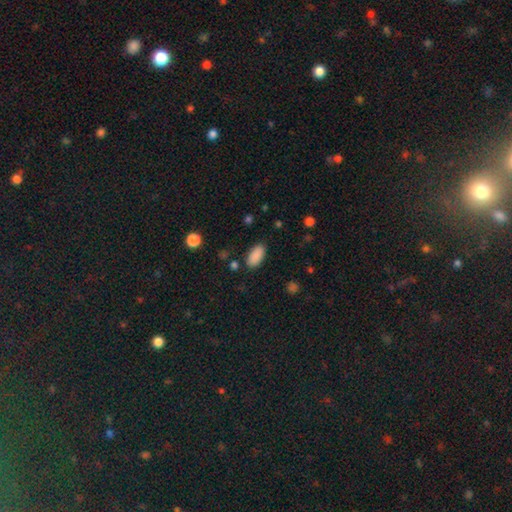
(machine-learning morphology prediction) type=smooth (89%); roundness=in between (92%); merging=none (87%).